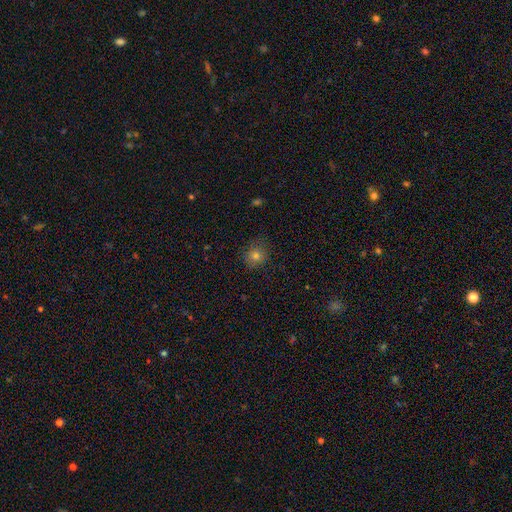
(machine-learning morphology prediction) Smooth or featured: smooth — 77% (star or artifact — 16%)
How rounded: round — 82% (in between — 17%)
Merging: none — 82% (minor disturbance — 14%)